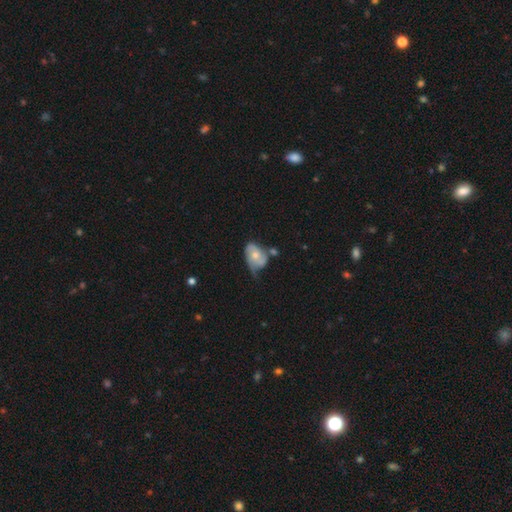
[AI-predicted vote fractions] A smooth galaxy with no disk features (47%). Merging: minor disturbance (37%).